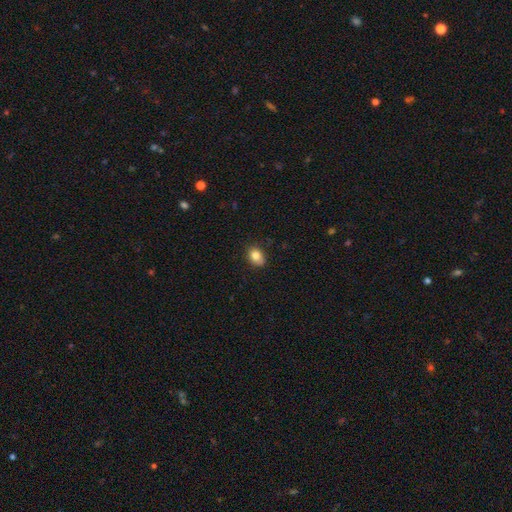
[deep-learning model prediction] smooth_or_featured: smooth (p=0.83) [alt: star or artifact p=0.09]
how_rounded: in between (p=0.64) [alt: round p=0.35]
merging: none (p=0.76) [alt: minor disturbance p=0.19]